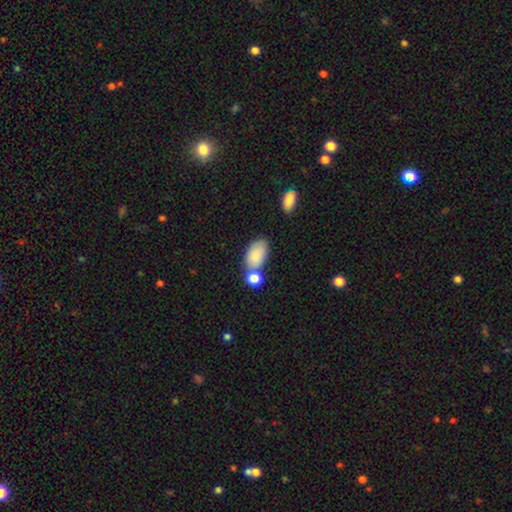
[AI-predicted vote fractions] smooth_or_featured: smooth (p=0.83) [alt: featured or disk p=0.09]
how_rounded: in between (p=0.93) [alt: round p=0.05]
merging: none (p=0.50) [alt: merger p=0.27]